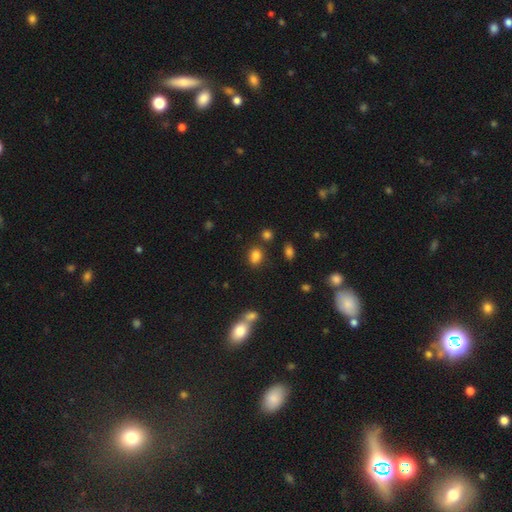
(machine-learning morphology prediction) smooth-or-featured: smooth: 81% | star or artifact: 13% | featured or disk: 6%
  how-rounded: in between: 59% | round: 39% | cigar-shaped: 1%
  merging: none: 73% | minor disturbance: 13% | merger: 9% | major disturbance: 4%